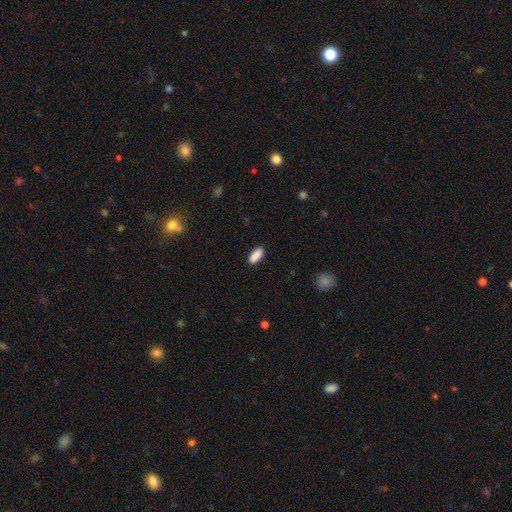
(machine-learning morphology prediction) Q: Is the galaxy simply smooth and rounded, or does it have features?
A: smooth — 89%.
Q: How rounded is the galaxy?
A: in between — 78%.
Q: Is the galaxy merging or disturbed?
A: none — 88%.